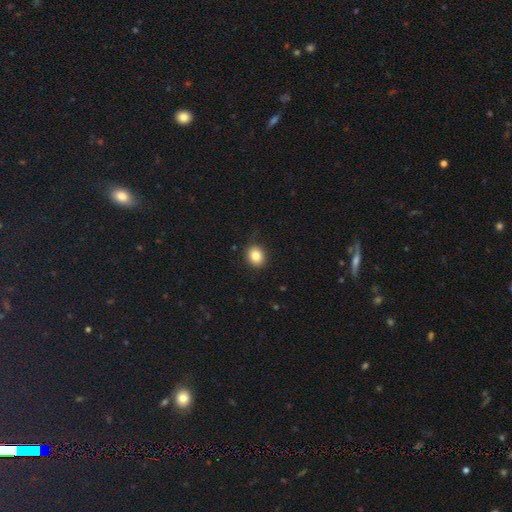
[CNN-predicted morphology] Smooth or featured? smooth (84%)
How rounded? round (69%)
Merging? none (85%)